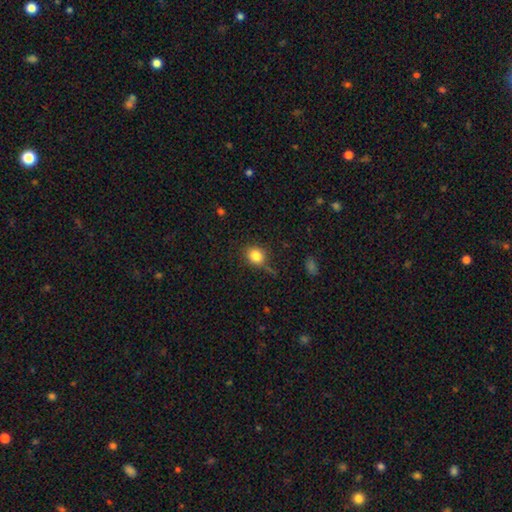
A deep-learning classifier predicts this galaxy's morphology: This appears to be a smooth galaxy with no disk features (83%) that is round (74%). Merging: none (75%).